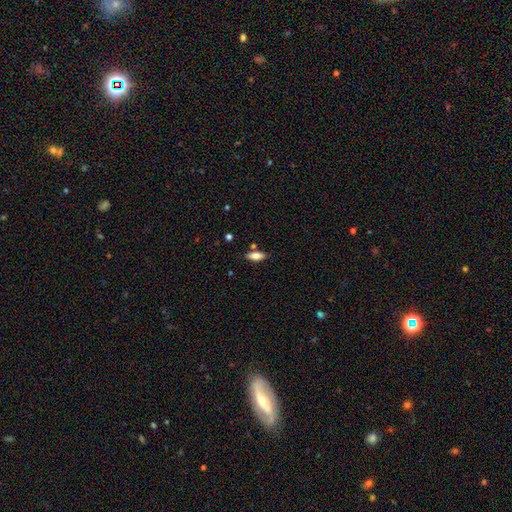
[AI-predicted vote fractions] Smooth or featured: smooth — 74% (featured or disk — 18%)
How rounded: in between — 78% (cigar-shaped — 20%)
Merging: none — 78% (minor disturbance — 13%)